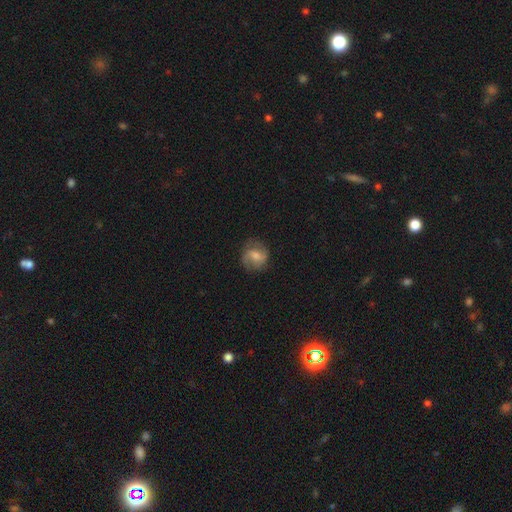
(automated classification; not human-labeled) Smooth or featured: featured or disk — 56% (smooth — 36%)
Edge-on disk: no — 97% (yes — 3%)
Bar: weak — 48% (no — 36%)
Spiral arms: yes — 89% (no — 11%)
Bulge size: moderate — 49% (small — 34%)
Merging: none — 76% (minor disturbance — 16%)